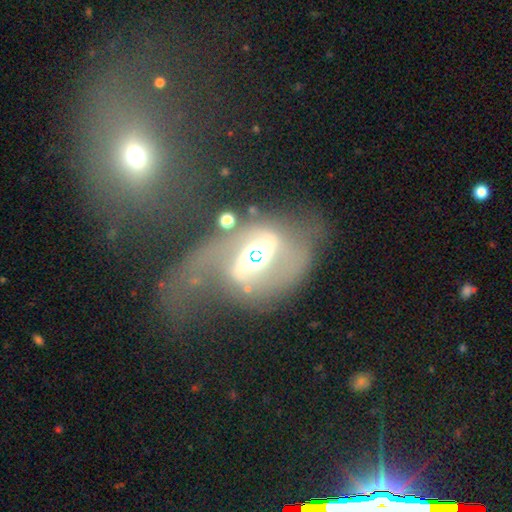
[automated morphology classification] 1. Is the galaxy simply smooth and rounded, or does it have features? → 79% featured or disk, 11% smooth, 10% star or artifact.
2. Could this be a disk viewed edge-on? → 97% no, 3% yes.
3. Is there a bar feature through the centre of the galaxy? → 38% weak, 35% no, 27% strong.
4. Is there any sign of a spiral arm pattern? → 87% yes, 13% no.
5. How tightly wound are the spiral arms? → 46% loose, 39% medium, 15% tight.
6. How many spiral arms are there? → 68% 2, 18% 1, 8% can't tell, 3% 3, 2% 4, 2% more than 4.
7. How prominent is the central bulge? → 51% moderate, 24% large, 15% small, 5% dominant, 5% none.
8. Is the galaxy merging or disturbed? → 44% major disturbance, 25% none, 17% merger, 14% minor disturbance.